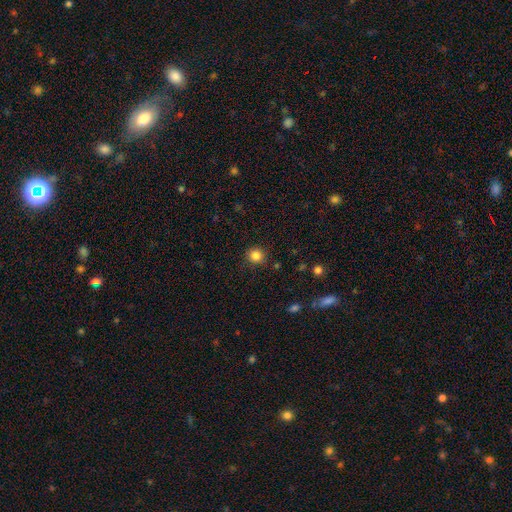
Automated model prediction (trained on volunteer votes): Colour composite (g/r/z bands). It shows a smooth galaxy with no disk features (84%) that is round (93%). Merging: none (89%).